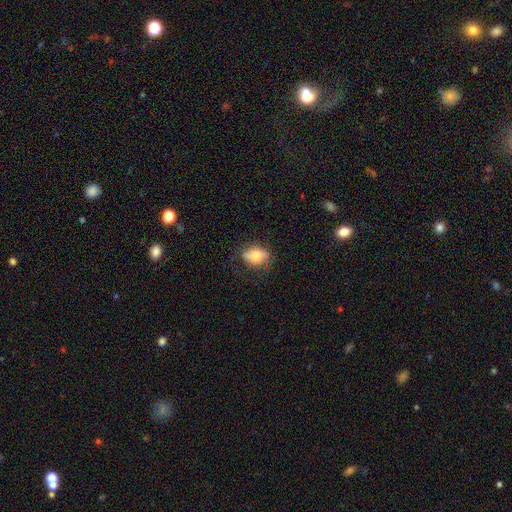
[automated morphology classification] This is likely a smooth galaxy (71%). How rounded: likely in between (76%). Merging: likely none (70%).